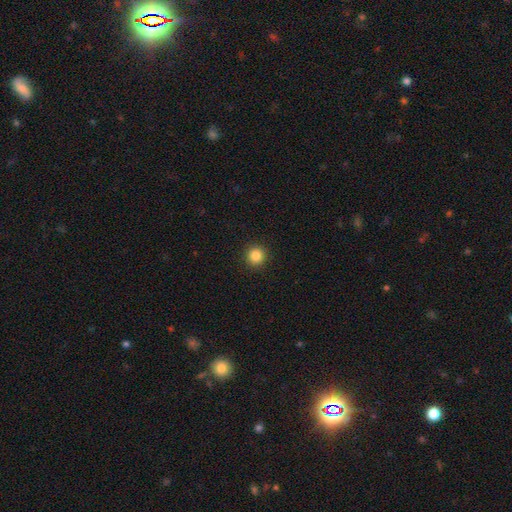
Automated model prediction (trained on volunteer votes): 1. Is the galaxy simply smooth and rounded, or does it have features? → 85% smooth, 11% star or artifact, 4% featured or disk.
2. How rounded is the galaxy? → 95% round, 4% in between, 1% cigar-shaped.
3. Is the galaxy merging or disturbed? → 93% none, 5% minor disturbance, 2% major disturbance, 1% merger.